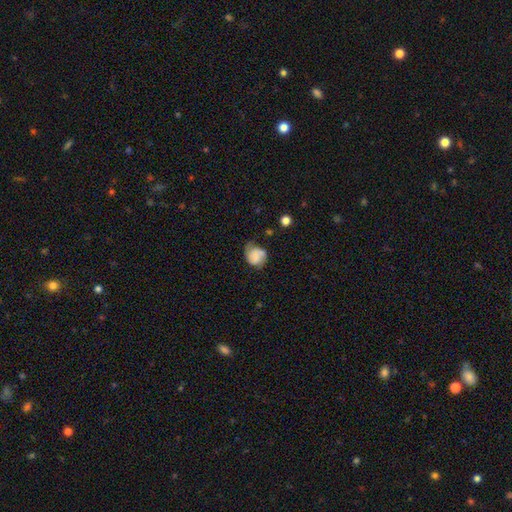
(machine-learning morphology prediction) Smooth or featured?
  - smooth: 50% *
  - featured or disk: 41%
  - star or artifact: 9%
Merging?
  - none: 53% *
  - minor disturbance: 32%
  - major disturbance: 13%
  - merger: 3%